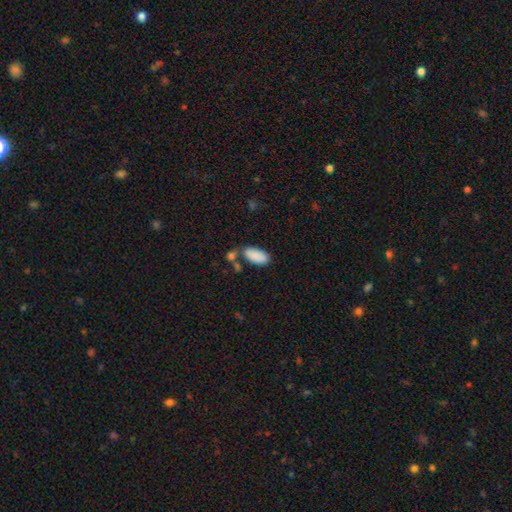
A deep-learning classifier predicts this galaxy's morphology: Smooth or featured?
  - smooth: 88% *
  - star or artifact: 6%
  - featured or disk: 5%
How rounded?
  - in between: 92% *
  - cigar-shaped: 6%
  - round: 2%
Merging?
  - none: 61% *
  - merger: 19%
  - minor disturbance: 16%
  - major disturbance: 5%